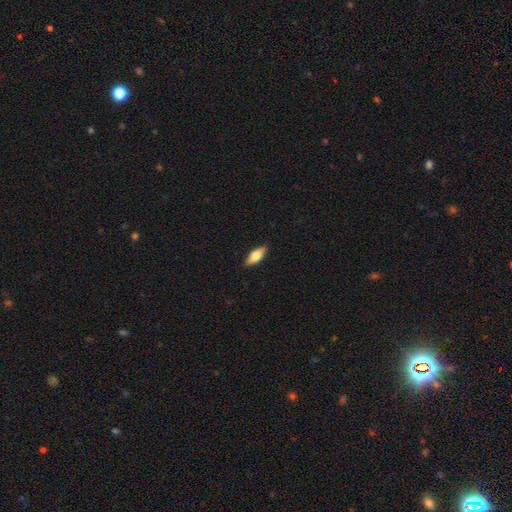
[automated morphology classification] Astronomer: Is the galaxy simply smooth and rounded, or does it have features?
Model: smooth — 67%.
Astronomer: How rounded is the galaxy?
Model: in between — 75%.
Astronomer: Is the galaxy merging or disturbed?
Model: none — 89%.